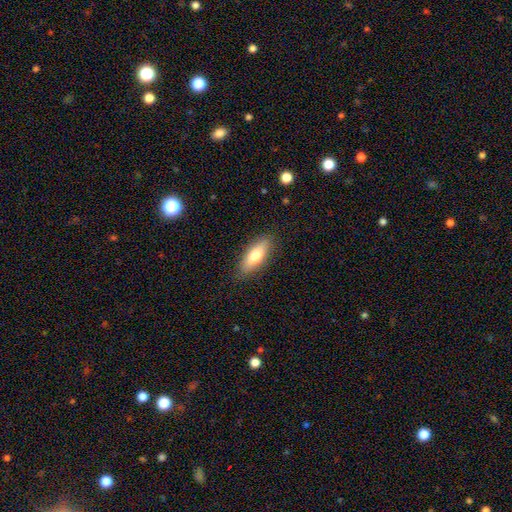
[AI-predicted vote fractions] This is likely a smooth galaxy (74%). How rounded: likely in between (64%). Merging: clearly none (86%).